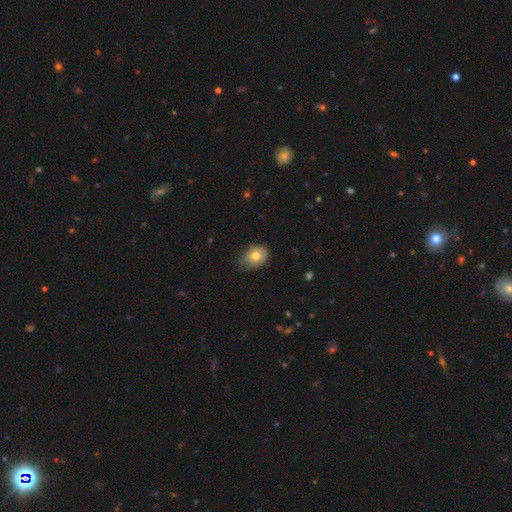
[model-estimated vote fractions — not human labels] This appears to be a smooth galaxy with no disk features (77%) that is in between round and cigar-shaped (55%). Merging: none (57%).